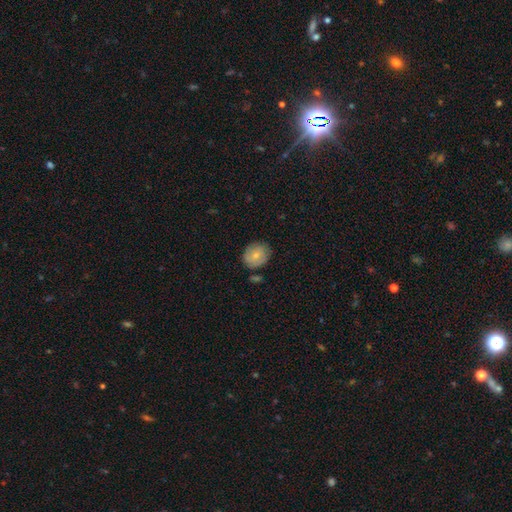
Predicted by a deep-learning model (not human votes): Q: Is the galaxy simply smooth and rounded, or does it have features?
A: smooth — 75%.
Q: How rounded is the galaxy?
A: round — 62%.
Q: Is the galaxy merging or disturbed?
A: none — 74%.